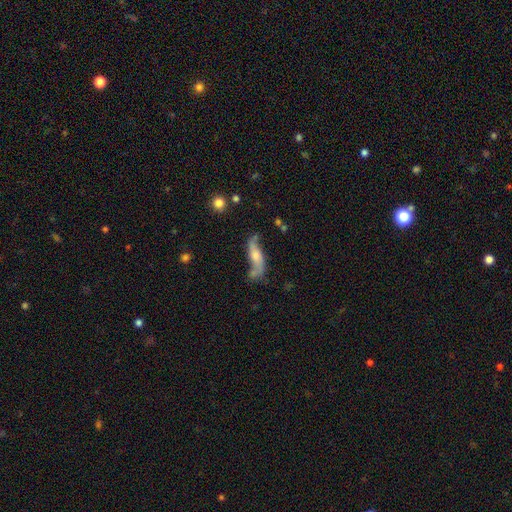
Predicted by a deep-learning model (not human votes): Smooth or featured? Predicted: featured or disk (p=0.64). Edge-on disk? Predicted: no (p=0.72). Merging? Predicted: none (p=0.54).